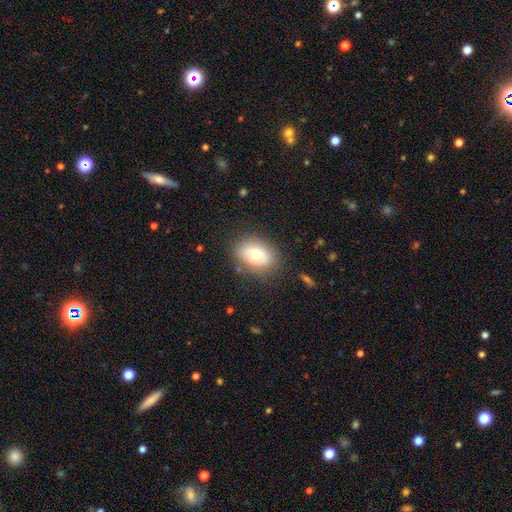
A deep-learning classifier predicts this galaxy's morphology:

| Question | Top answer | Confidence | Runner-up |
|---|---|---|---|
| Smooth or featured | smooth | 68% | featured or disk (23%) |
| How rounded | in between | 72% | round (27%) |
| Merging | none | 80% | minor disturbance (14%) |